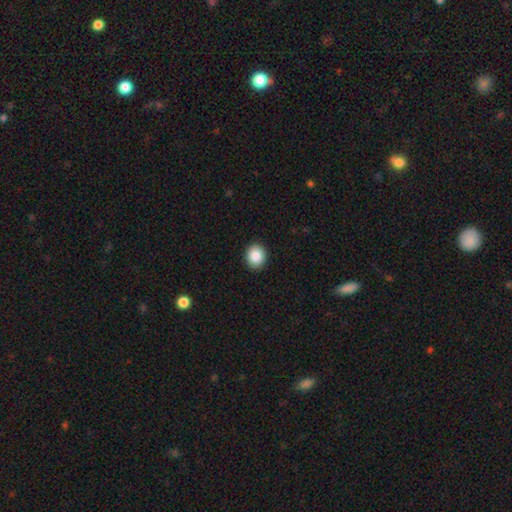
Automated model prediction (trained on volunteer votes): Smooth or featured?
  - smooth: 87% *
  - star or artifact: 8%
  - featured or disk: 5%
How rounded?
  - round: 75% *
  - in between: 24%
  - cigar-shaped: 1%
Merging?
  - none: 92% *
  - minor disturbance: 6%
  - major disturbance: 2%
  - merger: 1%